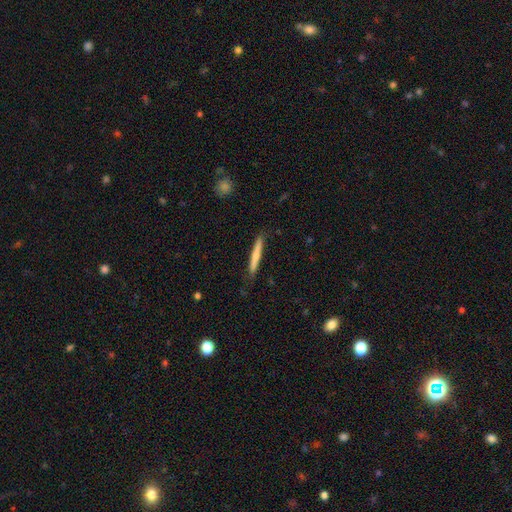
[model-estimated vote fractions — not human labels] This appears to be a smooth galaxy with no disk features (61%) that is cigar-shaped (95%). Merging: none (85%).